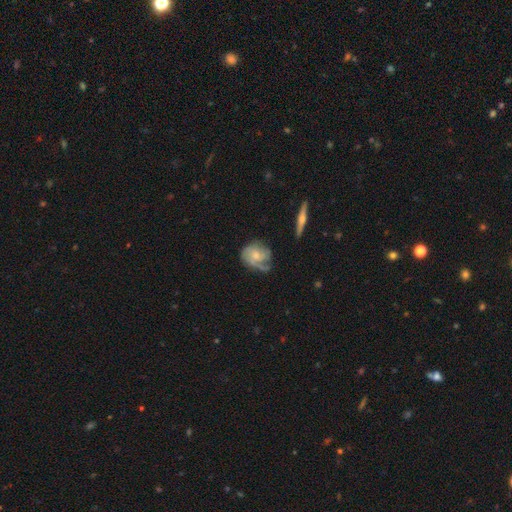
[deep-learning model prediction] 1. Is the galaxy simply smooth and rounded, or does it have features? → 70% featured or disk, 23% smooth, 6% star or artifact.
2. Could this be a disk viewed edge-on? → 96% no, 4% yes.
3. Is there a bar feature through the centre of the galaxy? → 72% no, 25% weak, 3% strong.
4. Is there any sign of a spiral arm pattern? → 88% yes, 12% no.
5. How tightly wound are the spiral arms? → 42% tight, 39% medium, 19% loose.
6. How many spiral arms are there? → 29% 3, 26% can't tell, 21% 2, 13% 1, 7% 4, 4% more than 4.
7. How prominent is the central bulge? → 46% small, 41% moderate, 8% none, 4% large, 1% dominant.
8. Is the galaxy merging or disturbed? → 55% none, 27% minor disturbance, 16% major disturbance, 2% merger.